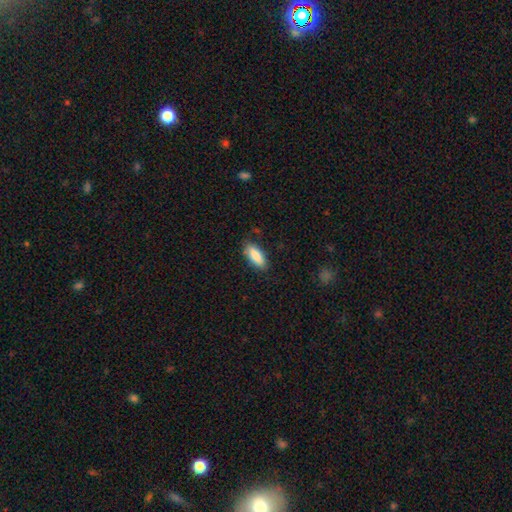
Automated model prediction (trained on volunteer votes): A smooth galaxy with no disk features (87%) that is in between round and cigar-shaped (73%). Merging: none (81%).